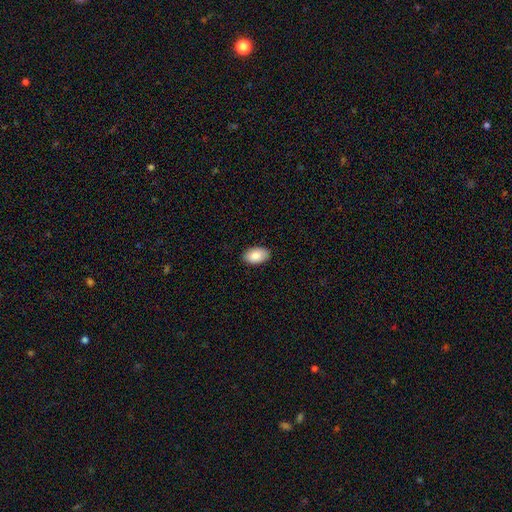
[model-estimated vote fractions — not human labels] smooth-or-featured: smooth: 88% | star or artifact: 6% | featured or disk: 6%
  how-rounded: in between: 94% | round: 4% | cigar-shaped: 1%
  merging: none: 89% | minor disturbance: 9% | major disturbance: 2% | merger: 1%